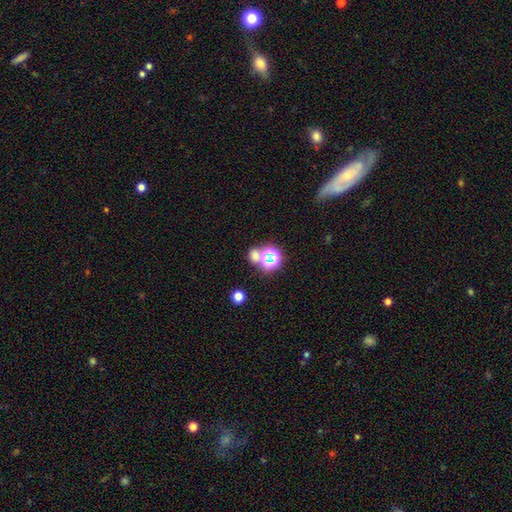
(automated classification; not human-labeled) Q: Smooth or featured?
A: smooth (52%); runner-up: star or artifact (38%)
Q: How rounded?
A: round (68%); runner-up: in between (30%)
Q: Merging?
A: none (54%); runner-up: merger (34%)